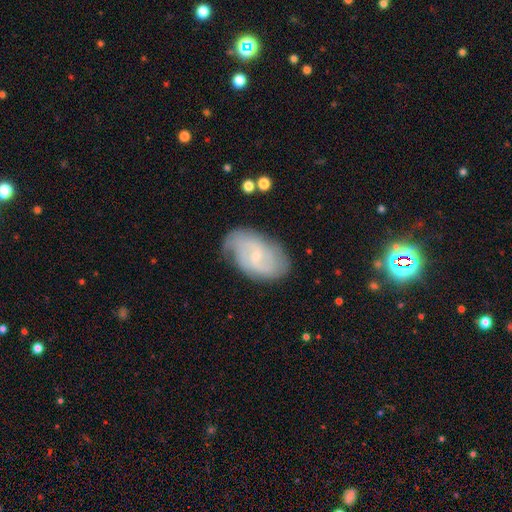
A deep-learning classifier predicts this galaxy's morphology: Overall: featured or disk (71%). Edge-on disk: no (96%). Bar: weak (55%; no 35%). Spiral arms: yes (90%). Spiral arm count: 2 (59%; can't tell 25%). Spiral winding: medium (43%; tight 30%). Bulge size: small (76%). Merging: none (71%).